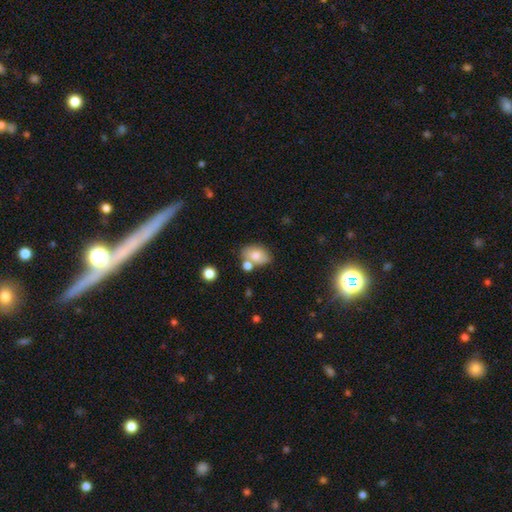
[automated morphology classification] type=smooth (75%); roundness=in between (80%); merging=none (58%).